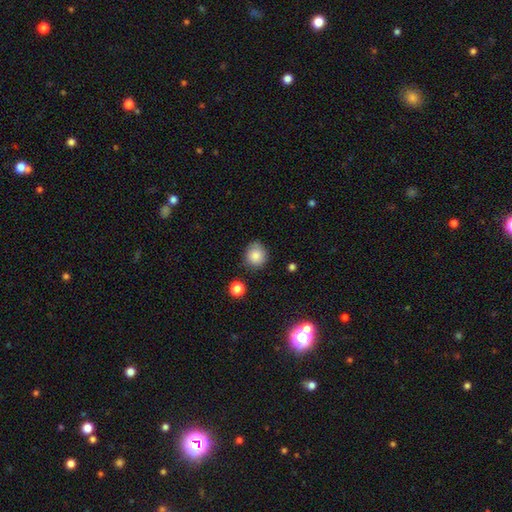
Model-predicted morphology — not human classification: Smooth or featured? Predicted: smooth (p=0.84). How rounded? Predicted: round (p=0.88). Merging? Predicted: none (p=0.77).